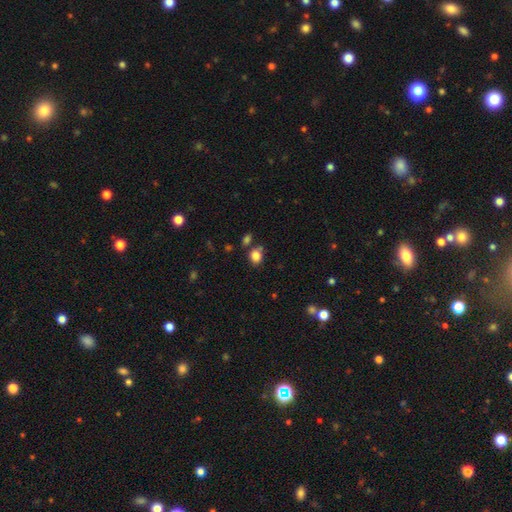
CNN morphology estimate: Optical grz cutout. It shows a smooth galaxy with no disk features (83%) that is round (55%). Merging: none (69%).